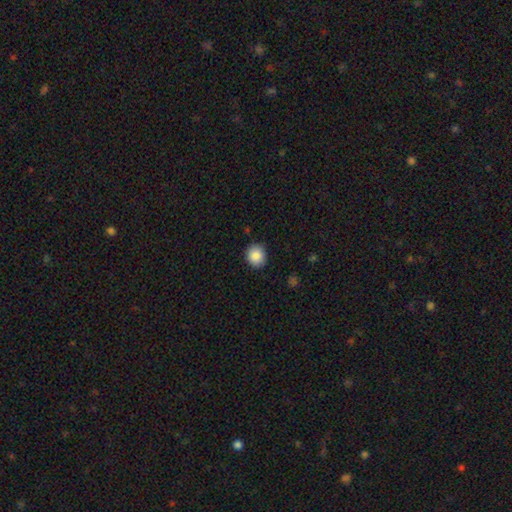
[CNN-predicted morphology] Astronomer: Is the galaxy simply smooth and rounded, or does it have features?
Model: smooth — 88%.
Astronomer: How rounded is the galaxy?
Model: round — 78%.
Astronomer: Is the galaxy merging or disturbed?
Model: none — 87%.